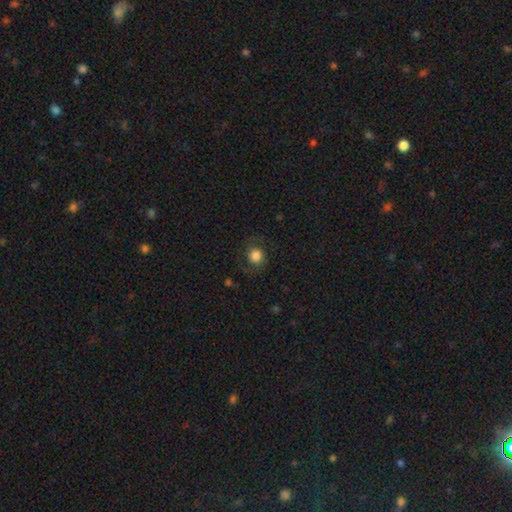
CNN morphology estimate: A smooth galaxy with no disk features (73%) that is round (85%).

Vote fractions:
- Smooth or featured? smooth: 73% / featured or disk: 18% / star or artifact: 9%
- How rounded? round: 85% / in between: 14% / cigar-shaped: 1%
- Merging? none: 75% / minor disturbance: 14% / major disturbance: 9% / merger: 1%